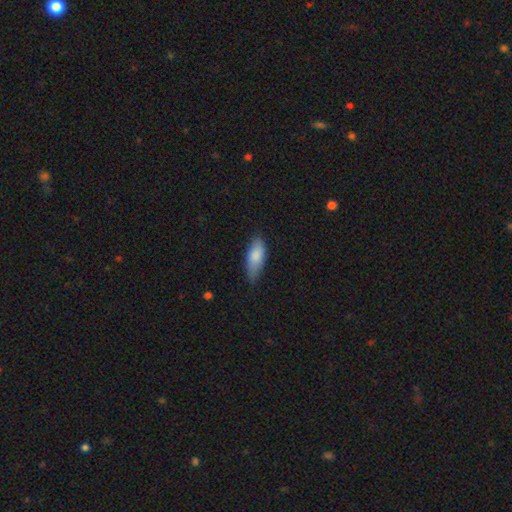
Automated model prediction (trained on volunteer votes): A smooth galaxy with no disk features (83%) that is in between round and cigar-shaped (78%).

Vote fractions:
- Smooth or featured? smooth: 83% / featured or disk: 11% / star or artifact: 6%
- How rounded? in between: 78% / cigar-shaped: 20% / round: 2%
- Merging? none: 65% / minor disturbance: 28% / major disturbance: 5% / merger: 1%